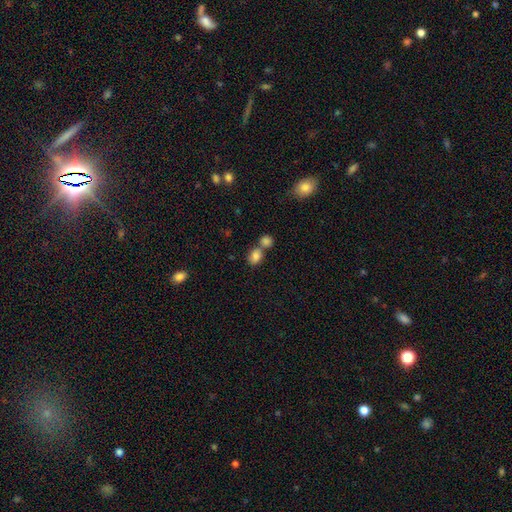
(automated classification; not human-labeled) The model was most divided on "merging": merger: 46%, none: 41%, minor disturbance: 9%, major disturbance: 4%. More confident: smooth or featured — smooth (82%); how rounded — in between (54%).